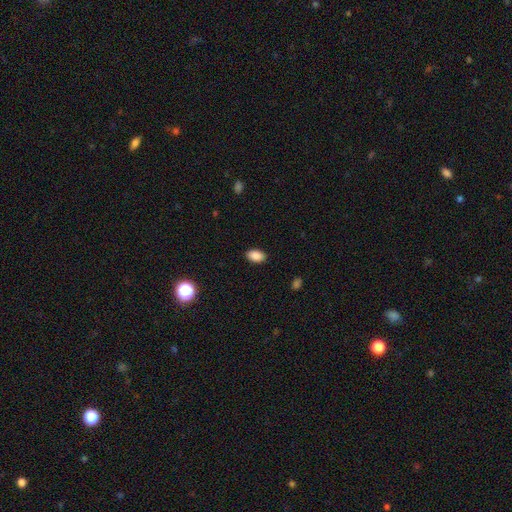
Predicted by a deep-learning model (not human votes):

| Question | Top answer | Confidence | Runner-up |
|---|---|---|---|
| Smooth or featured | smooth | 88% | star or artifact (8%) |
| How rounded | in between | 91% | round (7%) |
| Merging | none | 89% | minor disturbance (8%) |